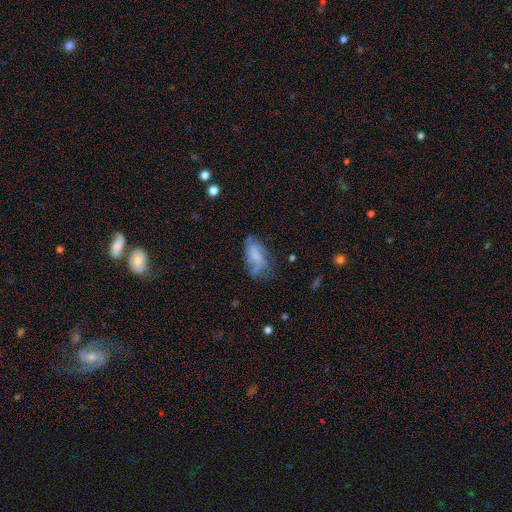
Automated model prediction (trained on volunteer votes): The model was most divided on "smooth or featured": featured or disk: 48%, smooth: 43%, star or artifact: 10%. Remaining: merging — none (46%).